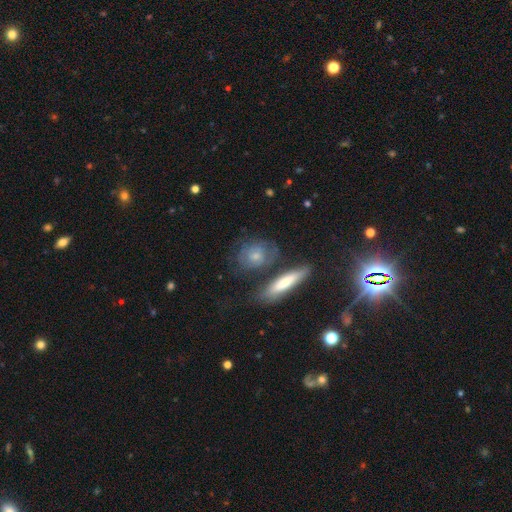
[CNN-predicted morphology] Smooth or featured: smooth — 47% (featured or disk — 44%)
Merging: none — 64% (minor disturbance — 18%)